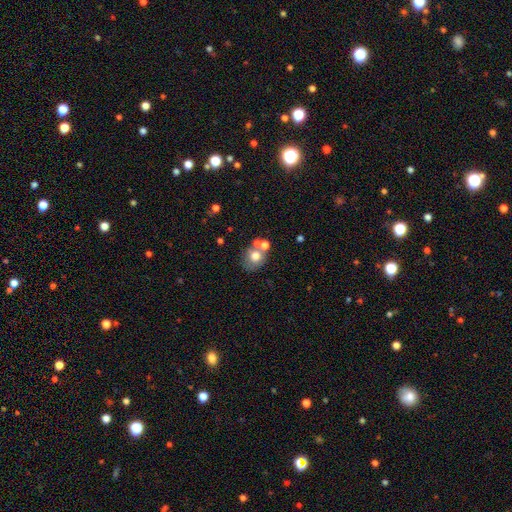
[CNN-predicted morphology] A smooth galaxy with no disk features (66%) that is round (69%).

Vote fractions:
- Smooth or featured? smooth: 66% / featured or disk: 22% / star or artifact: 12%
- How rounded? round: 69% / in between: 30% / cigar-shaped: 1%
- Merging? none: 53% / merger: 30% / minor disturbance: 12% / major disturbance: 5%